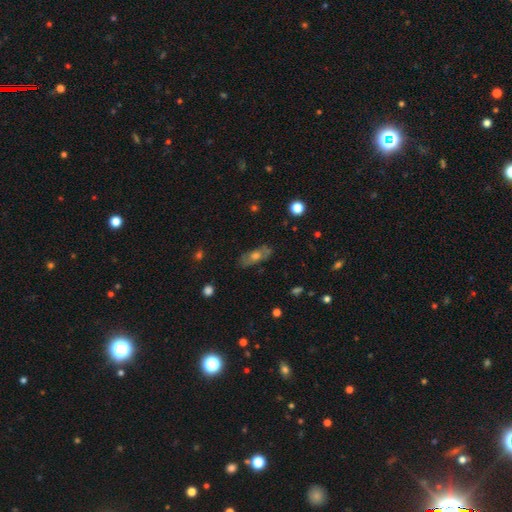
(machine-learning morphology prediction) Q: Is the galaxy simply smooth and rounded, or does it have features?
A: featured or disk — 47%.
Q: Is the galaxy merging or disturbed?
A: none — 78%.